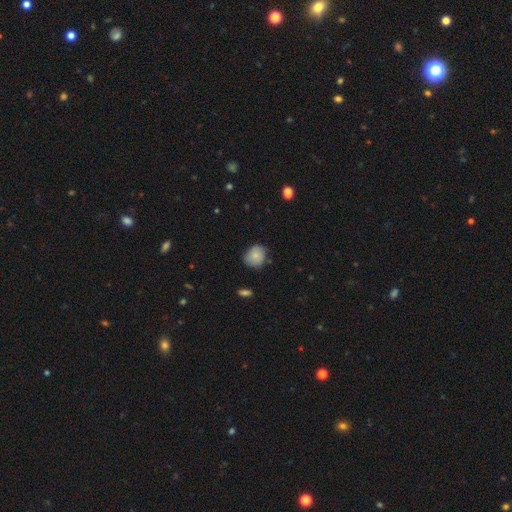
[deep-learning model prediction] smooth 77%, featured or disk 14%, star or artifact 8%. Down the decision tree: how rounded — round (71%); merging — none (72%).